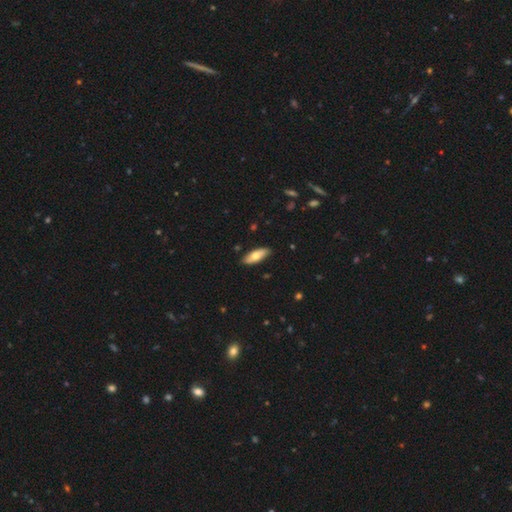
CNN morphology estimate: smooth_or_featured: smooth (p=0.66) [alt: featured or disk p=0.28]
how_rounded: in between (p=0.70) [alt: cigar-shaped p=0.28]
merging: none (p=0.88) [alt: minor disturbance p=0.09]